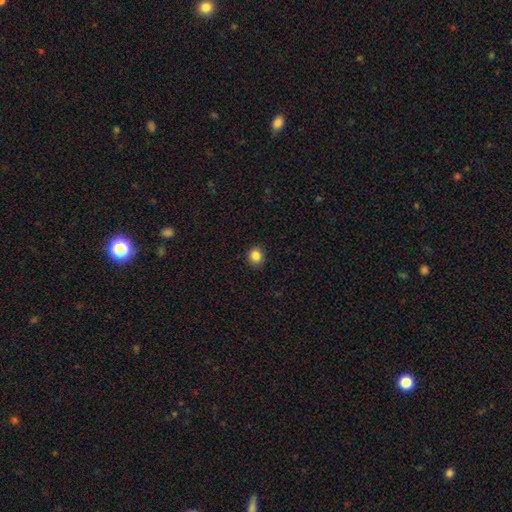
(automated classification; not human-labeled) This is clearly a smooth galaxy (85%). How rounded: clearly round (82%). Merging: clearly none (91%).